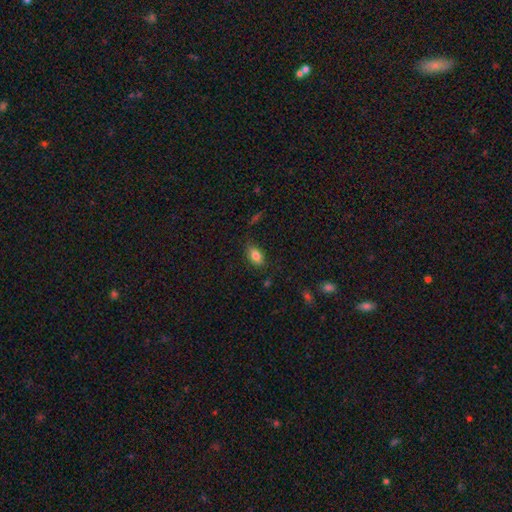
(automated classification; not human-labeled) Morphology: type=smooth (83%); roundness=in between (89%); merging=none (81%).